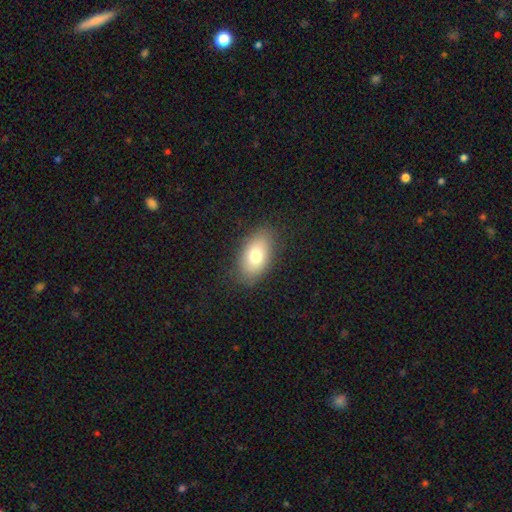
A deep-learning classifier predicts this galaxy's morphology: Smooth or featured? Predicted: smooth (p=0.74). How rounded? Predicted: in between (p=0.90). Merging? Predicted: none (p=0.83).